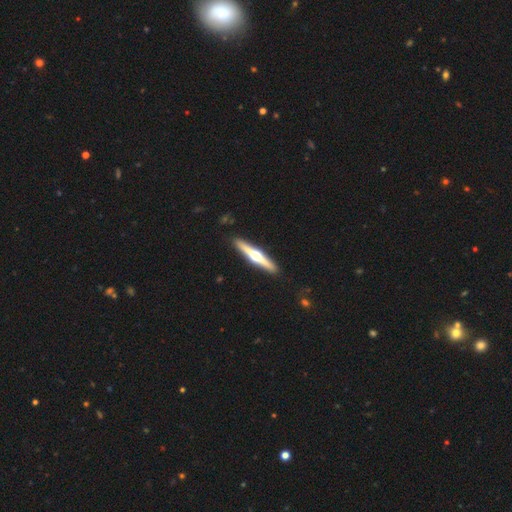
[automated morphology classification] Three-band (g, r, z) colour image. It shows a featured or disk galaxy (73%) viewed edge-on (98%) with a rounded central bulge (96%). Merging: none (92%).